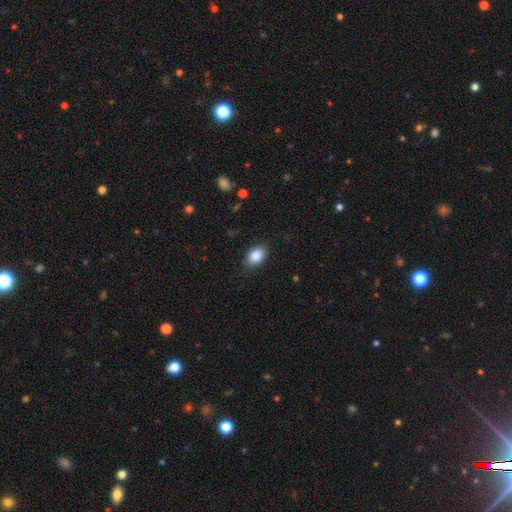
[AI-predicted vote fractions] Smooth or featured? Predicted: smooth (p=0.88). How rounded? Predicted: in between (p=0.84). Merging? Predicted: none (p=0.82).